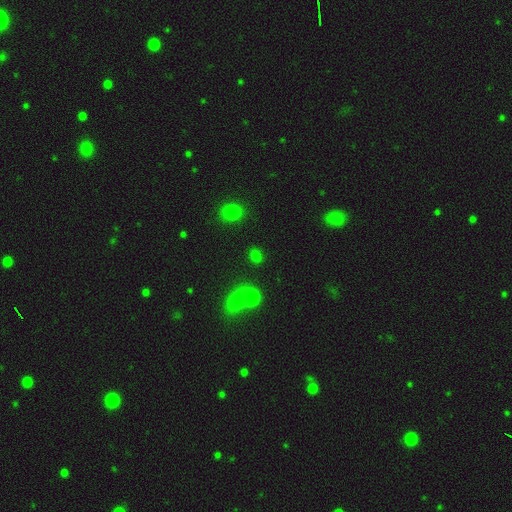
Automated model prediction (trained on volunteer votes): smooth-or-featured: smooth: 75% | star or artifact: 19% | featured or disk: 6%
  how-rounded: round: 57% | in between: 41% | cigar-shaped: 2%
  merging: none: 70% | merger: 16% | minor disturbance: 10% | major disturbance: 4%